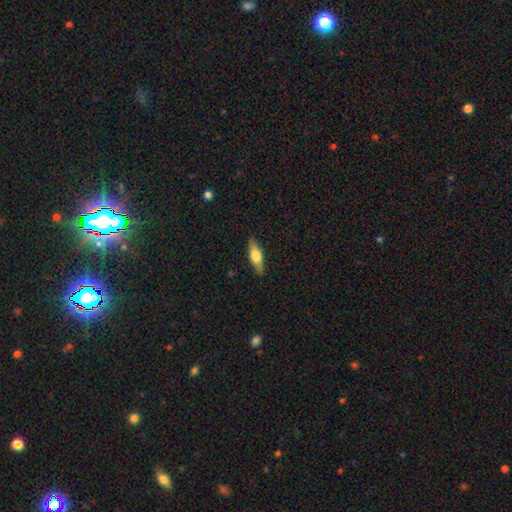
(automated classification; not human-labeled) Smooth or featured?
  - smooth: 50% *
  - featured or disk: 44%
  - star or artifact: 6%
Merging?
  - none: 88% *
  - minor disturbance: 9%
  - major disturbance: 2%
  - merger: 1%